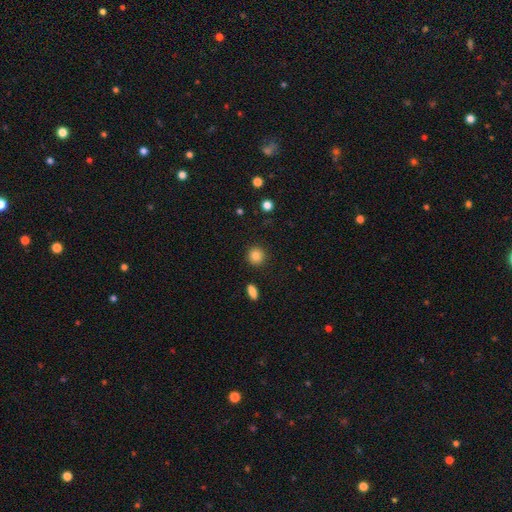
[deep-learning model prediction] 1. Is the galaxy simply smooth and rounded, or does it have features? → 86% smooth, 9% star or artifact, 4% featured or disk.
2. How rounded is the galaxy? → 91% round, 8% in between, 1% cigar-shaped.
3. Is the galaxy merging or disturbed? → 91% none, 6% minor disturbance, 2% major disturbance, 2% merger.